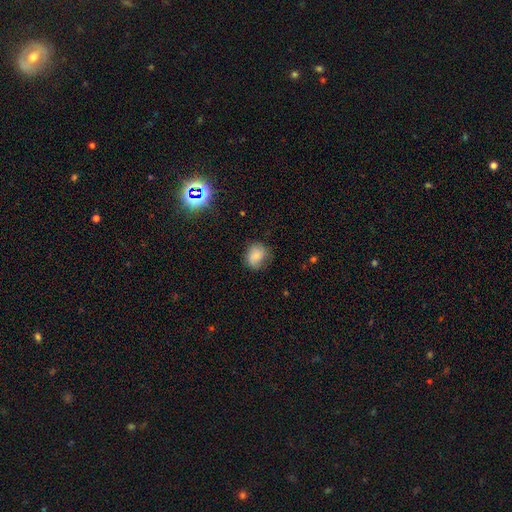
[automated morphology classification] This is likely a smooth galaxy (80%). How rounded: possibly round (59%). Merging: likely none (67%).